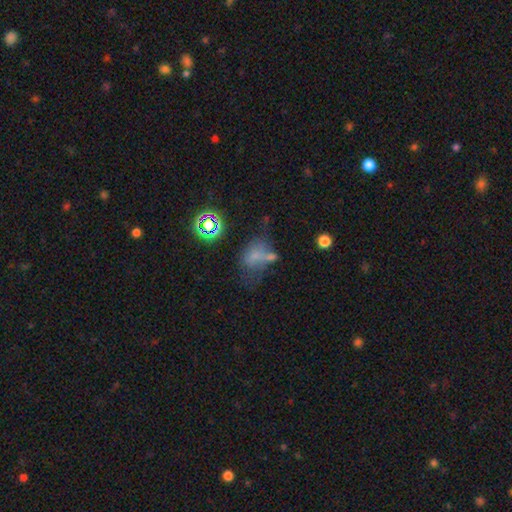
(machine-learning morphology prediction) A smooth galaxy with no disk features (52%) that is in between round and cigar-shaped (71%).

Vote fractions:
- Smooth or featured? smooth: 52% / featured or disk: 24% / star or artifact: 24%
- How rounded? in between: 71% / round: 27% / cigar-shaped: 2%
- Merging? none: 29% / major disturbance: 28% / minor disturbance: 22% / merger: 22%